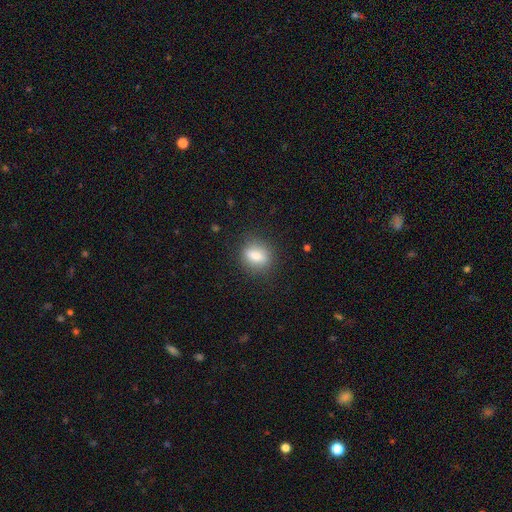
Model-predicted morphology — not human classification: A smooth galaxy with no disk features (76%) that is in between round and cigar-shaped (50%).

Vote fractions:
- Smooth or featured? smooth: 76% / featured or disk: 16% / star or artifact: 9%
- How rounded? in between: 50% / round: 42% / cigar-shaped: 7%
- Merging? none: 83% / minor disturbance: 12% / major disturbance: 4% / merger: 1%